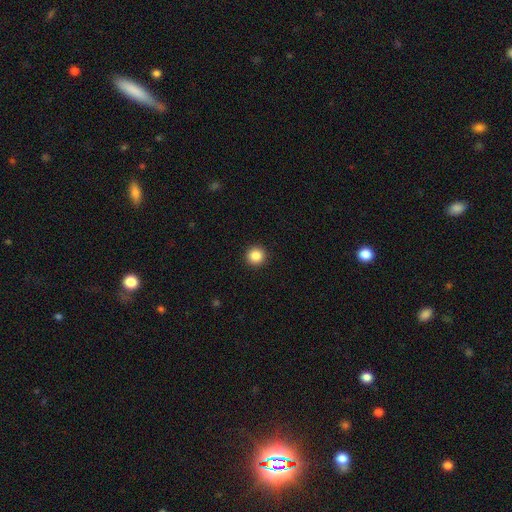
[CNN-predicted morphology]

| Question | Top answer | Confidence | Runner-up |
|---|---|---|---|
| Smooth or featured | smooth | 87% | star or artifact (10%) |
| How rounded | round | 95% | in between (4%) |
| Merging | none | 94% | minor disturbance (4%) |